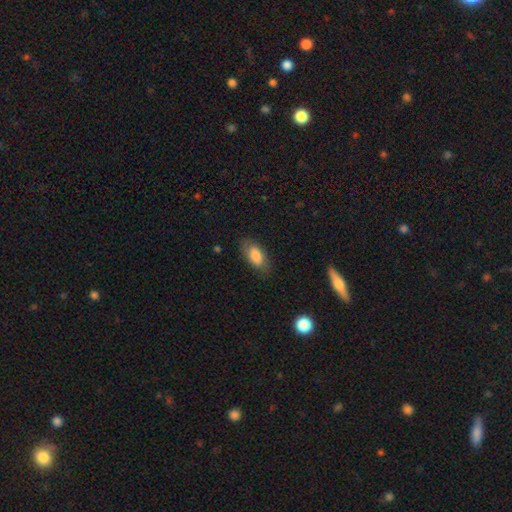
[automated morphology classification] Smooth or featured: smooth — 76% (featured or disk — 17%)
How rounded: in between — 89% (cigar-shaped — 7%)
Merging: none — 78% (minor disturbance — 17%)